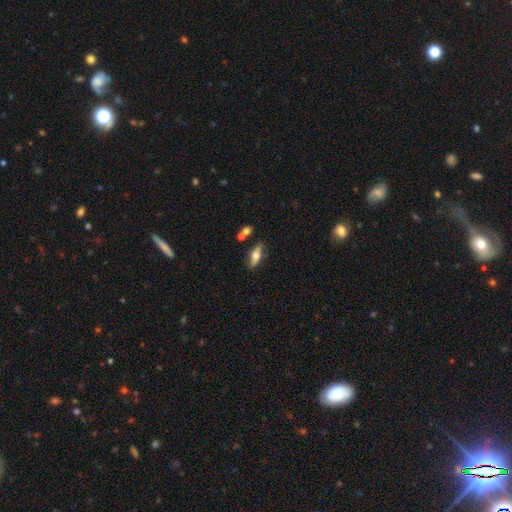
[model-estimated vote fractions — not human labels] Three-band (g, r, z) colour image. It shows a smooth galaxy with no disk features (56%) that is in between round and cigar-shaped (70%). Merging: none (71%).